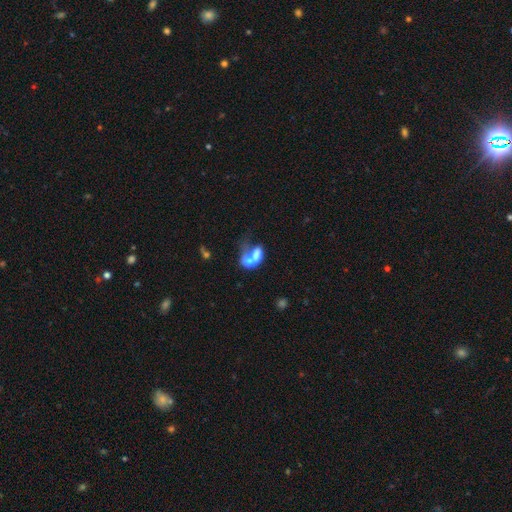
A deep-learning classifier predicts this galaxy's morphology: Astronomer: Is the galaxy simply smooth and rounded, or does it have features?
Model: smooth — 61%.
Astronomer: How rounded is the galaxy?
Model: in between — 73%.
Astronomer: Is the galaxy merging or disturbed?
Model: merger — 73%.